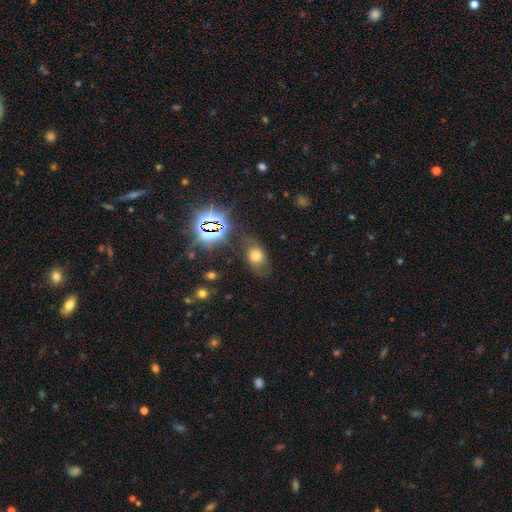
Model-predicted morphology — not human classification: The model was most divided on "smooth or featured": smooth: 57%, star or artifact: 25%, featured or disk: 18%. More confident: how rounded — in between (72%); merging — none (64%).